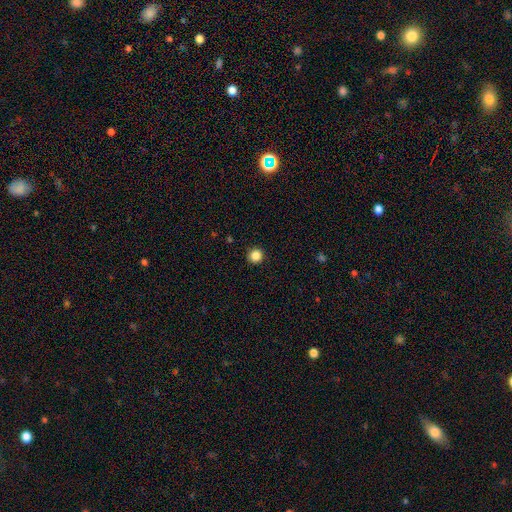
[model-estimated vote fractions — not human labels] This is clearly a smooth galaxy (86%). How rounded: clearly round (95%). Merging: clearly none (93%).